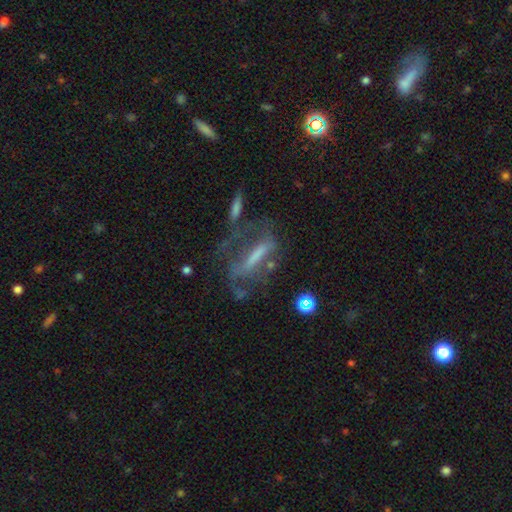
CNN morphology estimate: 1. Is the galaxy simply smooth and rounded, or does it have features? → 60% featured or disk, 25% smooth, 15% star or artifact.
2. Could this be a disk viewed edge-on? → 67% no, 33% yes.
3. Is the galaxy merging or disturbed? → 41% none, 32% major disturbance, 18% minor disturbance, 9% merger.